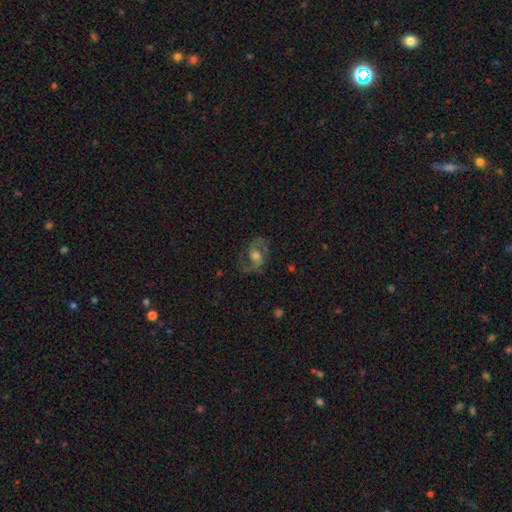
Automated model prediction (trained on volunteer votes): Morphology: type=featured or disk (83%); edge-on=no (97%); bar=weak (45%); spiral arms=yes (95%); winding=medium (57%); arm count=2 (90%); bulge=moderate (59%); merging=none (76%).